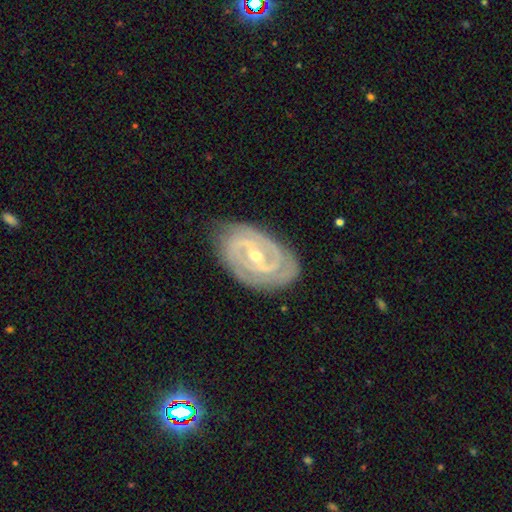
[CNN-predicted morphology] smooth_or_featured: featured or disk (p=0.90) [alt: smooth p=0.06]
disk_edge_on: no (p=0.96) [alt: yes p=0.04]
bar: weak (p=0.42) [alt: strong p=0.32]
has_spiral_arms: yes (p=0.96) [alt: no p=0.04]
spiral_winding: tight (p=0.66) [alt: medium p=0.29]
spiral_arm_count: 2 (p=0.66) [alt: 3 p=0.15]
bulge_size: small (p=0.55) [alt: moderate p=0.42]
merging: none (p=0.79) [alt: minor disturbance p=0.16]